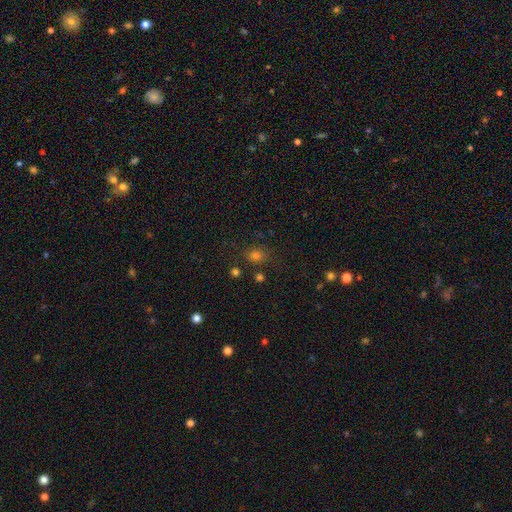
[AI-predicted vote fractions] Smooth or featured? smooth (70%)
How rounded? round (58%)
Merging? none (77%)